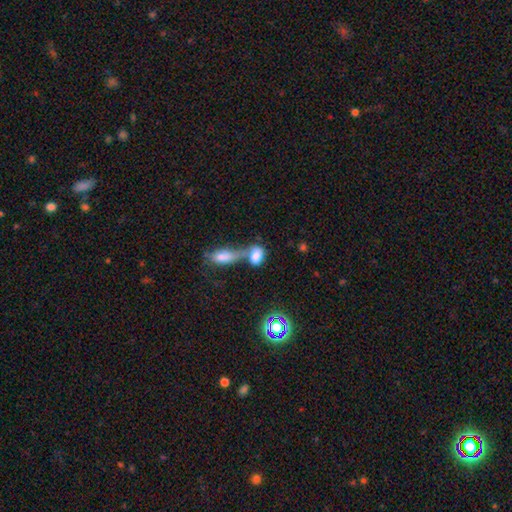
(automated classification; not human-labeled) The model was most divided on "merging": merger: 62%, none: 23%, minor disturbance: 9%, major disturbance: 7%. More confident: how rounded — in between (82%); smooth or featured — smooth (78%).